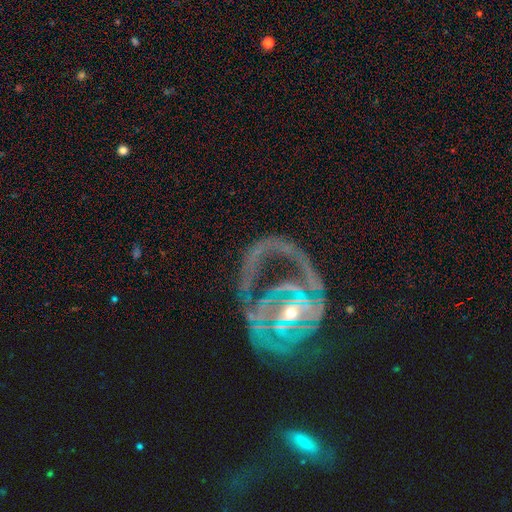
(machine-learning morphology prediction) Smooth or featured?
  - featured or disk: 81% *
  - star or artifact: 11%
  - smooth: 8%
Edge-on disk?
  - no: 95% *
  - yes: 5%
Bar?
  - strong: 41% *
  - no: 30%
  - weak: 29%
Spiral arms?
  - yes: 78% *
  - no: 22%
Spiral winding?
  - tight: 40% *
  - medium: 37%
  - loose: 23%
Spiral arm count?
  - 2: 40% *
  - can't tell: 21%
  - 1: 16%
  - 3: 10%
  - 4: 7%
  - more than 4: 6%
Bulge size?
  - small: 47% *
  - moderate: 45%
  - large: 3%
  - none: 2%
  - dominant: 2%
Merging?
  - major disturbance: 41% *
  - none: 35%
  - minor disturbance: 16%
  - merger: 9%